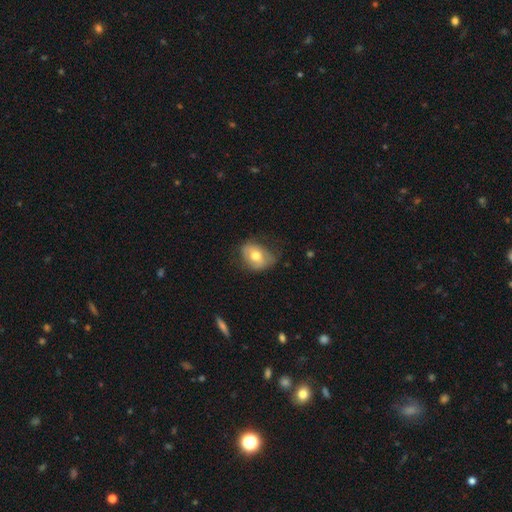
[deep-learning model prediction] Morphology: type=smooth (62%); roundness=in between (64%); merging=none (52%).